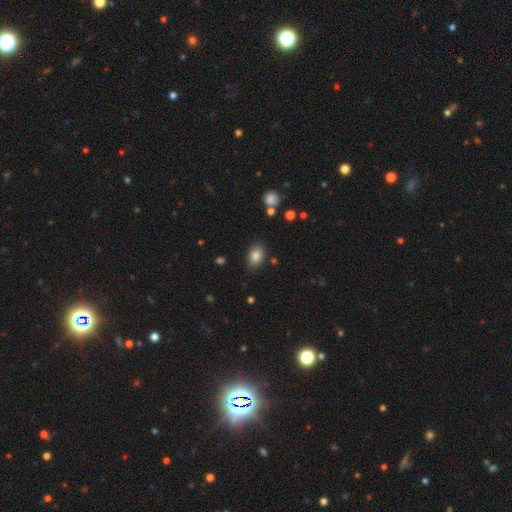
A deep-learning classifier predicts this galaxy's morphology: Smooth or featured? Predicted: smooth (p=0.84). How rounded? Predicted: in between (p=0.75). Merging? Predicted: none (p=0.85).